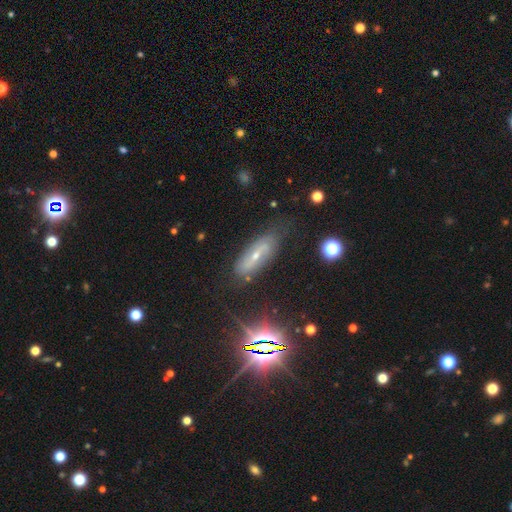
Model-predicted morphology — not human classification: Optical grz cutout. It shows a featured or disk galaxy (53%). Merging: none (70%).